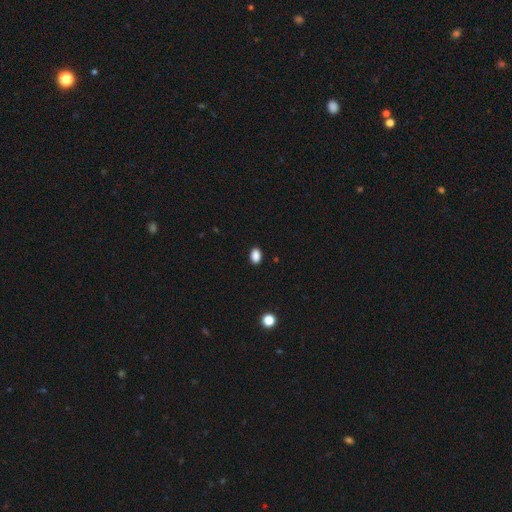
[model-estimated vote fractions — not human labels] This appears to be a smooth galaxy with no disk features (88%) that is in between round and cigar-shaped (84%). Merging: none (89%).